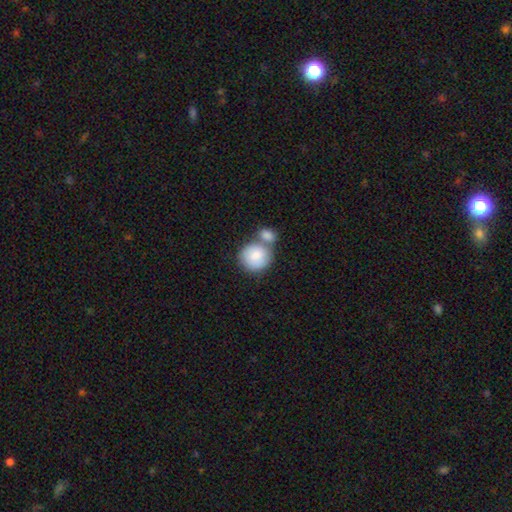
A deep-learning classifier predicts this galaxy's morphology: This appears to be a smooth galaxy with no disk features (83%) that is round (83%). Merging: merger (49%).